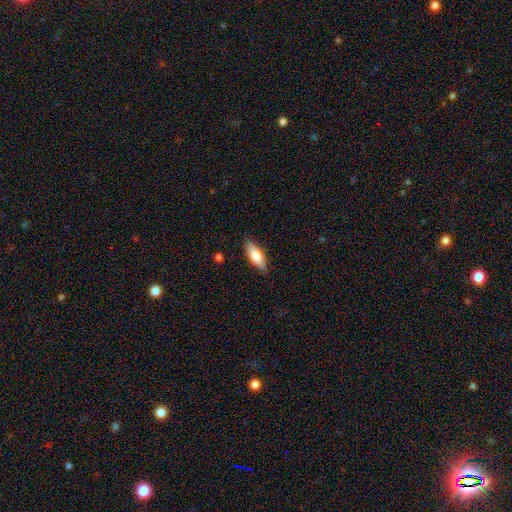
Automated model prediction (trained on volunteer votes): smooth_or_featured: smooth (p=0.71) [alt: featured or disk p=0.23]
how_rounded: in between (p=0.66) [alt: cigar-shaped p=0.32]
merging: none (p=0.85) [alt: minor disturbance p=0.12]